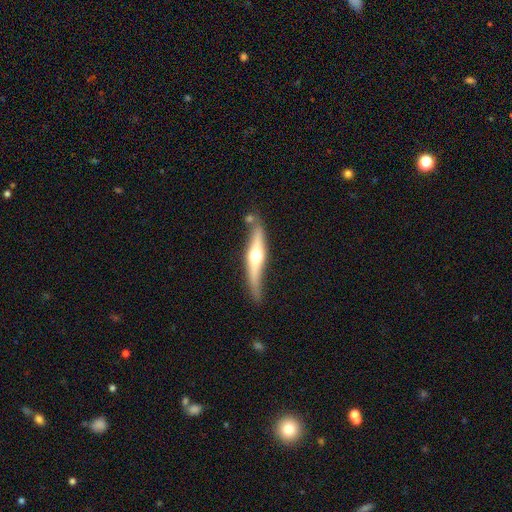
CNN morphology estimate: A featured or disk galaxy (67%) viewed edge-on (94%) with a rounded central bulge (94%). Merging: none (72%).